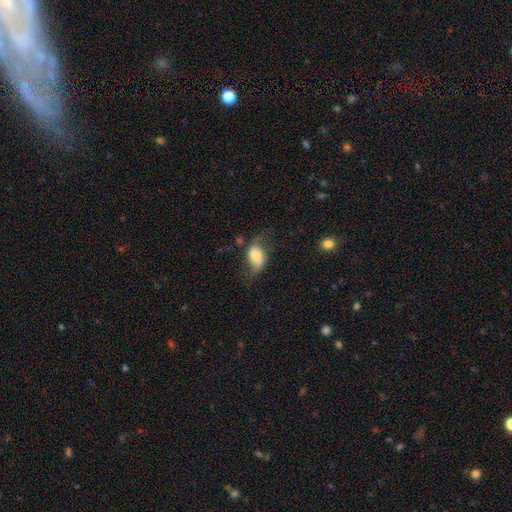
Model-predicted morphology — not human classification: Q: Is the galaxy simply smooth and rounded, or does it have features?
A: smooth — 59%.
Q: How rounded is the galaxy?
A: in between — 85%.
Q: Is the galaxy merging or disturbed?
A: none — 48%.